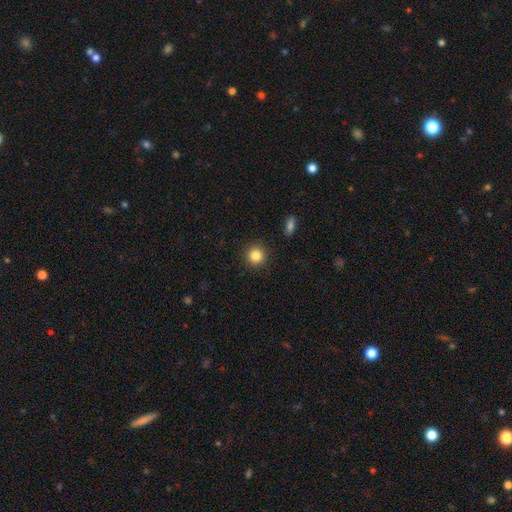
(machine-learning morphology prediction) Smooth or featured: smooth — 85% (star or artifact — 10%)
How rounded: round — 93% (in between — 6%)
Merging: none — 91% (minor disturbance — 5%)